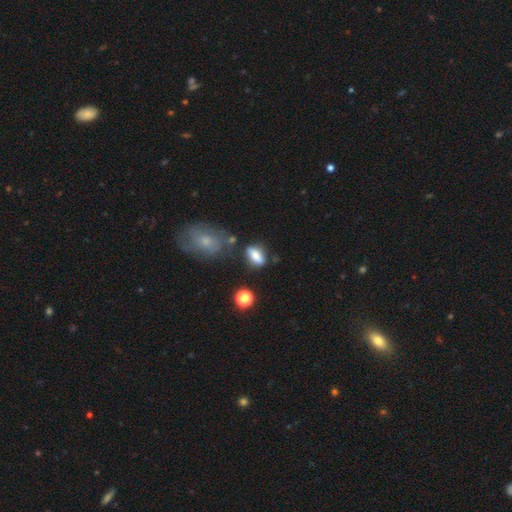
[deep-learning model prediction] This appears to be a smooth galaxy with no disk features (73%) that is in between round and cigar-shaped (73%). Merging: none (70%).